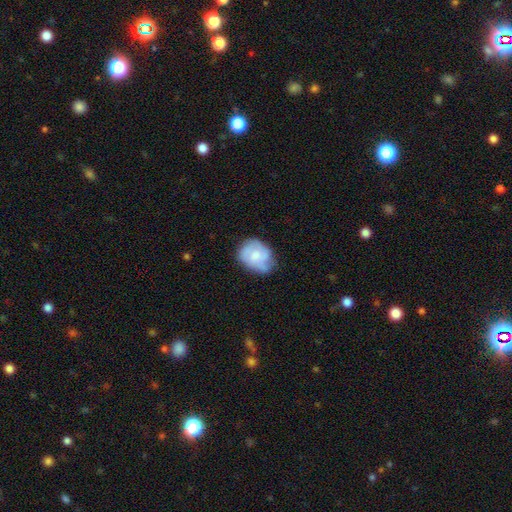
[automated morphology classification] smooth 56%, featured or disk 37%, star or artifact 7%. Down the decision tree: how rounded — in between (55%); merging — none (52%).